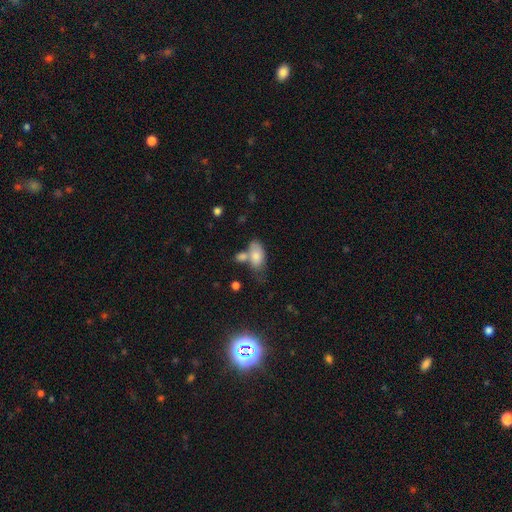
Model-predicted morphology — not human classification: A smooth galaxy with no disk features (78%) that is in between round and cigar-shaped (91%). Merging: none (40%).